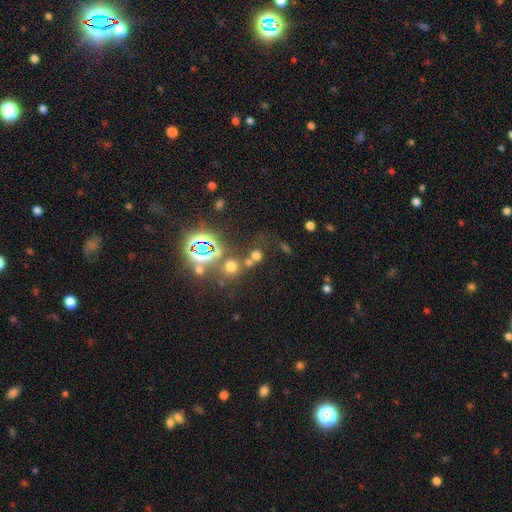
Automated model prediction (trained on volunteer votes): Smooth or featured? Predicted: smooth (p=0.53). How rounded? Predicted: round (p=0.82). Merging? Predicted: none (p=0.58).